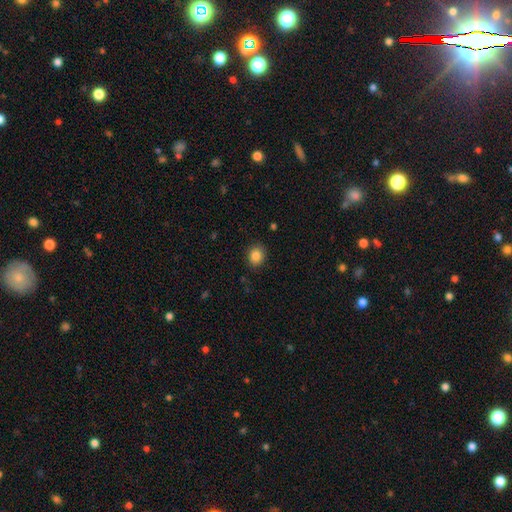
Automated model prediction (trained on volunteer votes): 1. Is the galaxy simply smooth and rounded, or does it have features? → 86% smooth, 10% star or artifact, 4% featured or disk.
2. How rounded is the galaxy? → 68% round, 31% in between, 1% cigar-shaped.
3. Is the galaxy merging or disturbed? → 89% none, 8% minor disturbance, 2% major disturbance, 1% merger.